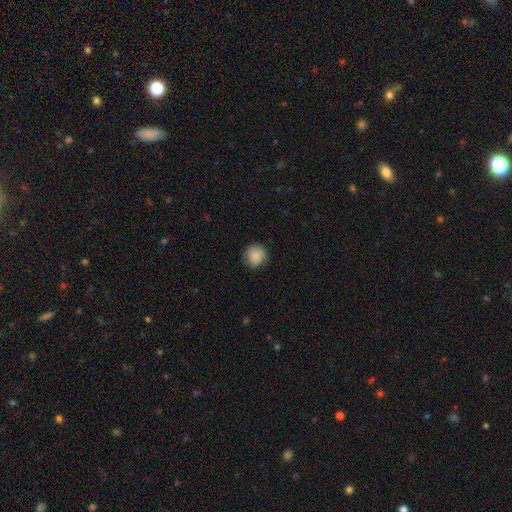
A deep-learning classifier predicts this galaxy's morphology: Q: Smooth or featured?
A: smooth (87%); runner-up: star or artifact (8%)
Q: How rounded?
A: round (91%); runner-up: in between (8%)
Q: Merging?
A: none (83%); runner-up: minor disturbance (13%)